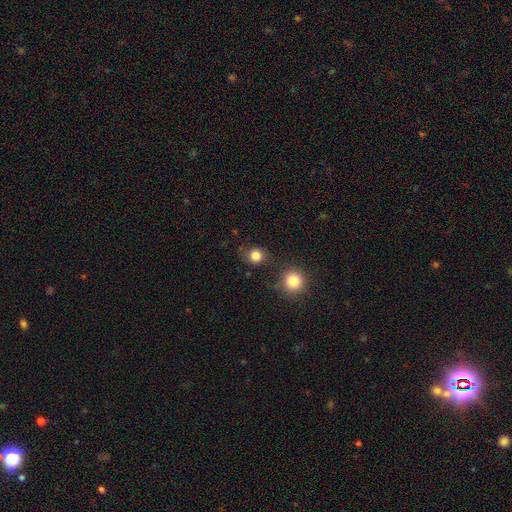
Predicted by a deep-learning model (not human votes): smooth 84%, star or artifact 12%, featured or disk 5%. Down the decision tree: how rounded — round (85%); merging — none (75%).